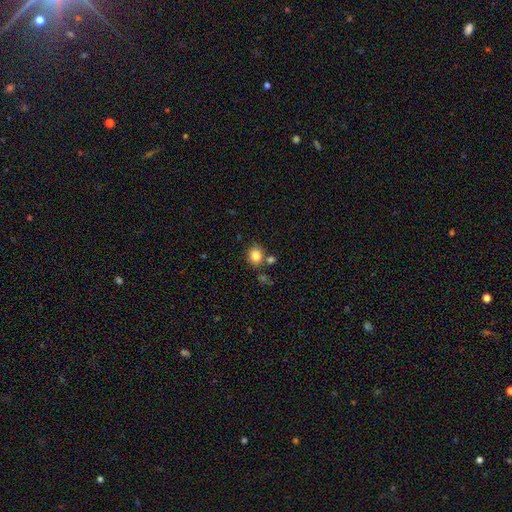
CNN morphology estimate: Smooth or featured? Predicted: smooth (p=0.82). How rounded? Predicted: round (p=0.65). Merging? Predicted: none (p=0.72).